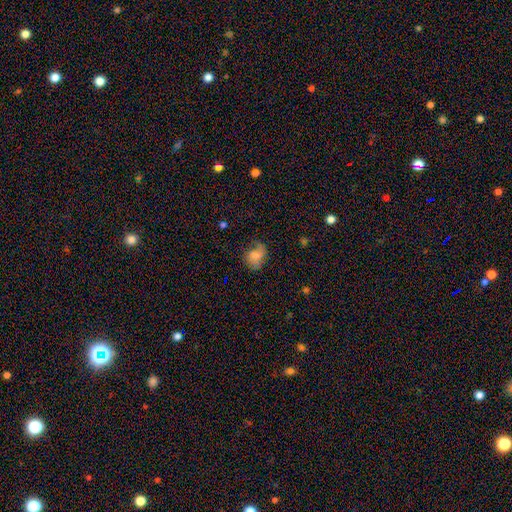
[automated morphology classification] smooth 57%, featured or disk 33%, star or artifact 10%. Down the decision tree: how rounded — in between (63%); merging — none (53%).